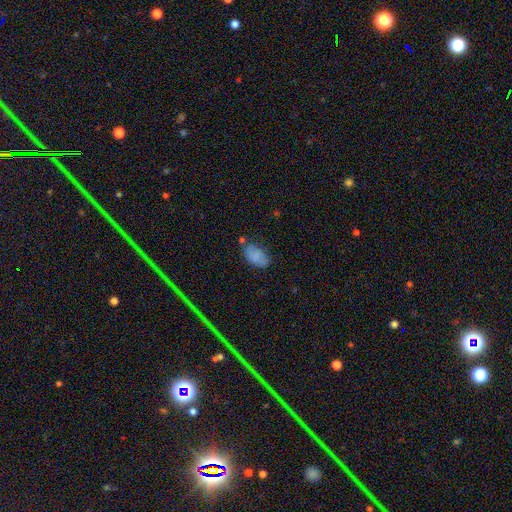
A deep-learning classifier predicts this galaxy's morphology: Overall: smooth (80%). How rounded: in between (92%). Merging: none (60%; minor disturbance 25%).